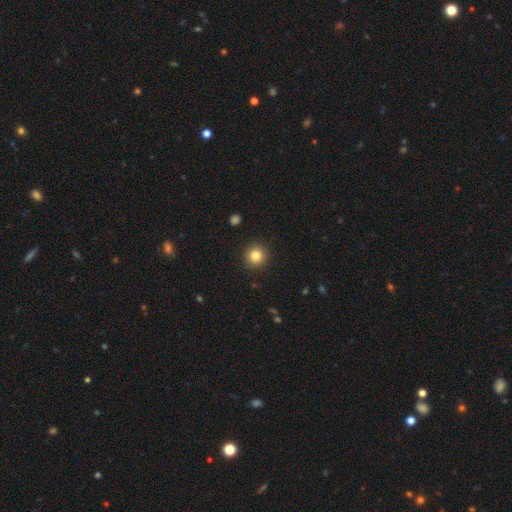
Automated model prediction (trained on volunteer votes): A smooth galaxy with no disk features (82%) that is round (94%).

Vote fractions:
- Smooth or featured? smooth: 82% / star or artifact: 11% / featured or disk: 7%
- How rounded? round: 94% / in between: 5% / cigar-shaped: 1%
- Merging? none: 92% / minor disturbance: 5% / major disturbance: 2% / merger: 1%